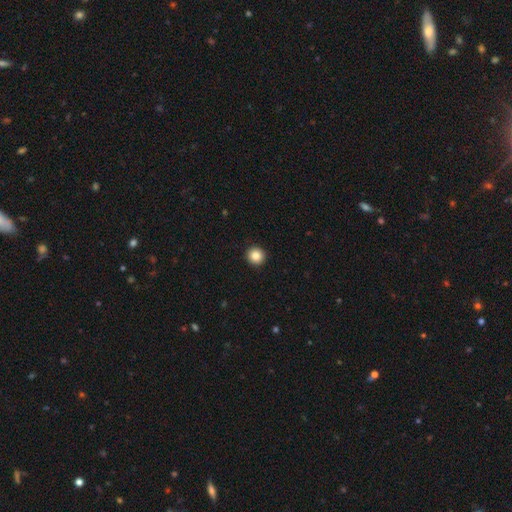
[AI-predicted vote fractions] A smooth galaxy with no disk features (86%) that is round (95%).

Vote fractions:
- Smooth or featured? smooth: 86% / star or artifact: 10% / featured or disk: 4%
- How rounded? round: 95% / in between: 4% / cigar-shaped: 1%
- Merging? none: 94% / minor disturbance: 4% / major disturbance: 1% / merger: 1%